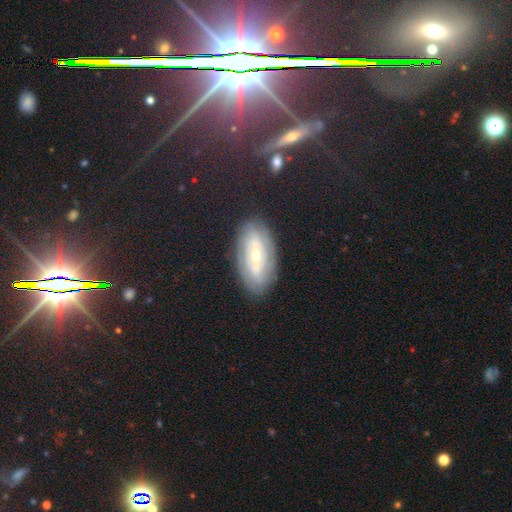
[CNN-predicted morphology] A featured or disk galaxy (72%) with no bar (54%), tight (70%) spiral arms (83%) and a small central bulge (53%). Merging: none (82%).